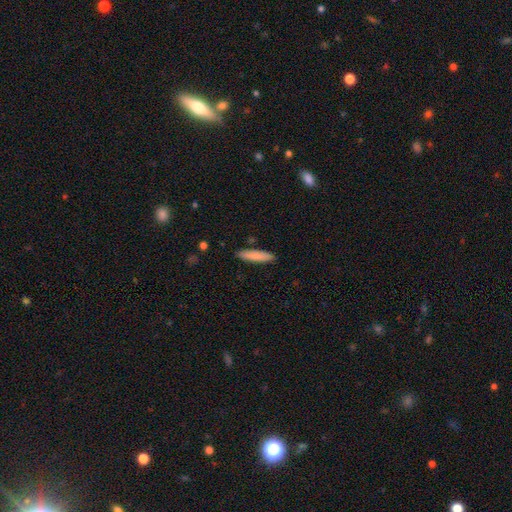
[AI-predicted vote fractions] smooth 84%, featured or disk 10%, star or artifact 6%. Down the decision tree: how rounded — cigar-shaped (81%); merging — none (88%).